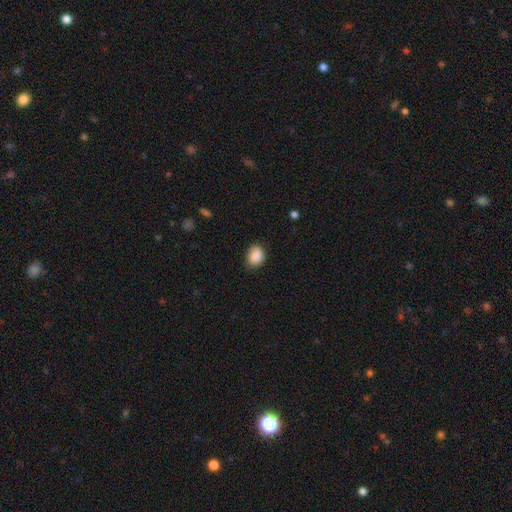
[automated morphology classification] Q: Smooth or featured?
A: smooth (88%); runner-up: star or artifact (8%)
Q: How rounded?
A: in between (58%); runner-up: round (41%)
Q: Merging?
A: none (76%); runner-up: minor disturbance (19%)